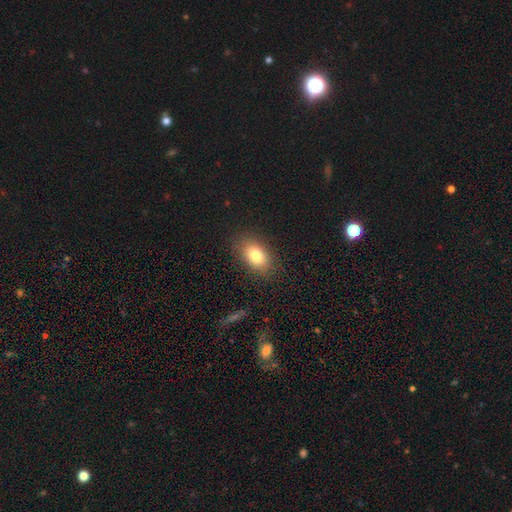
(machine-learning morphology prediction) Smooth or featured: smooth — 80% (featured or disk — 11%)
How rounded: in between — 84% (round — 14%)
Merging: none — 85% (minor disturbance — 10%)